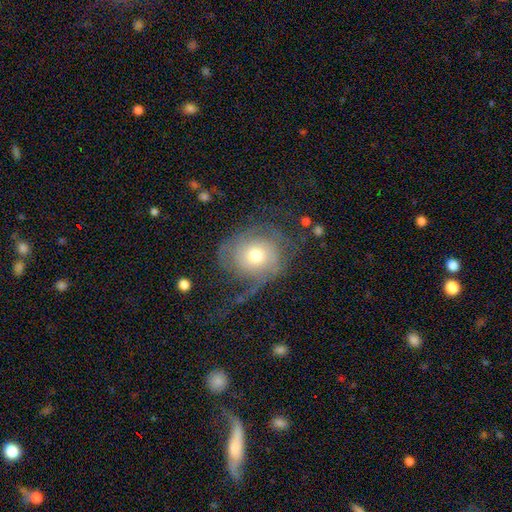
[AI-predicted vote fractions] Smooth or featured? Predicted: featured or disk (p=0.58). Edge-on disk? Predicted: no (p=0.97). Bar? Predicted: no (p=0.79). Spiral arms? Predicted: yes (p=0.79). Bulge size? Predicted: moderate (p=0.68). Merging? Predicted: none (p=0.43).